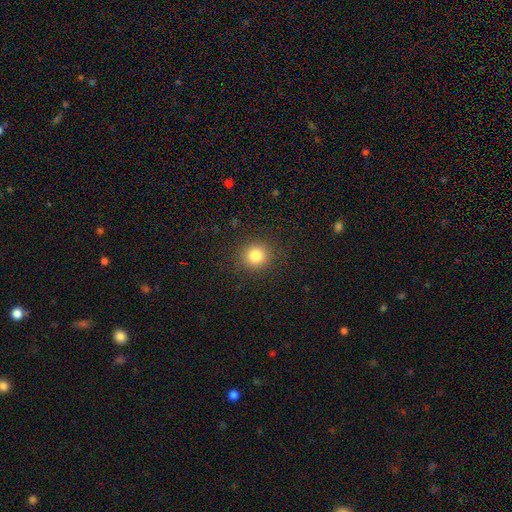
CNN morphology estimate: Q: Smooth or featured?
A: smooth (83%); runner-up: star or artifact (12%)
Q: How rounded?
A: round (92%); runner-up: in between (7%)
Q: Merging?
A: none (90%); runner-up: minor disturbance (6%)